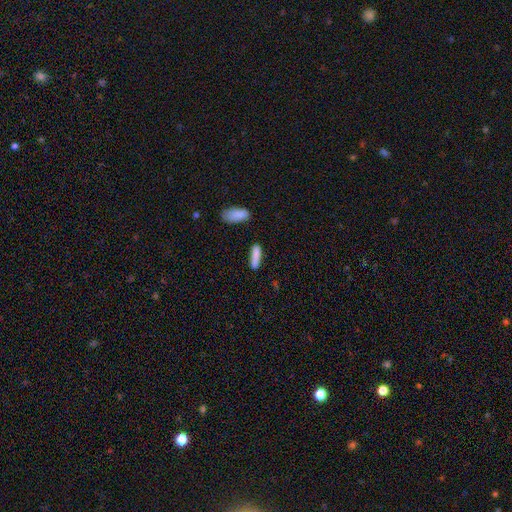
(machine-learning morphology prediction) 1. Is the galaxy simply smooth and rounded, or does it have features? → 84% smooth, 9% featured or disk, 7% star or artifact.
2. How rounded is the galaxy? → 76% cigar-shaped, 23% in between, 2% round.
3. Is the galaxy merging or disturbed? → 80% none, 13% minor disturbance, 4% merger, 3% major disturbance.